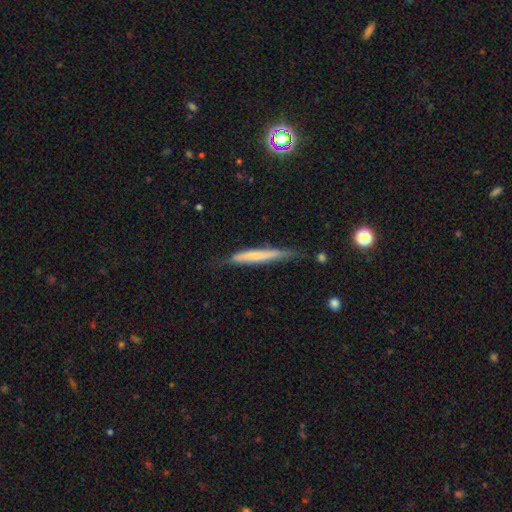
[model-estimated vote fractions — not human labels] Smooth or featured? Predicted: smooth (p=0.54). How rounded? Predicted: cigar-shaped (p=0.95). Merging? Predicted: none (p=0.67).